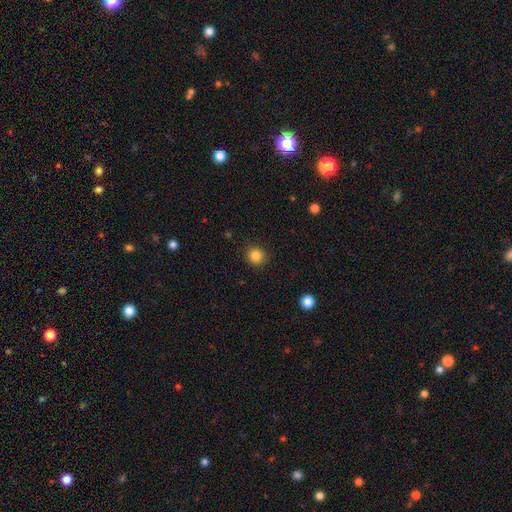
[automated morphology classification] smooth-or-featured: smooth: 84% | star or artifact: 12% | featured or disk: 4%
  how-rounded: round: 90% | in between: 9% | cigar-shaped: 1%
  merging: none: 90% | minor disturbance: 7% | major disturbance: 2% | merger: 1%